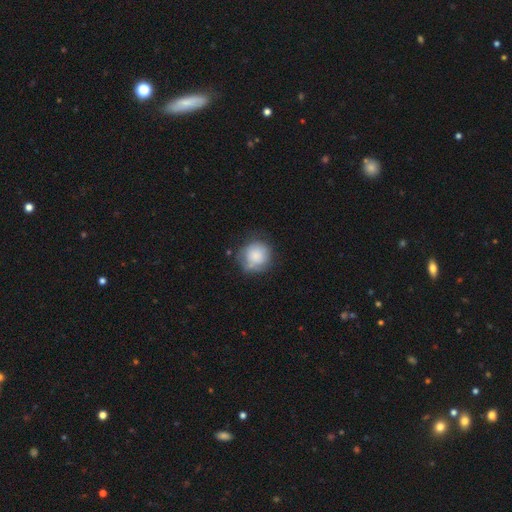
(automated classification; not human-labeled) Smooth or featured: smooth — 78% (featured or disk — 14%)
How rounded: round — 89% (in between — 10%)
Merging: none — 61% (minor disturbance — 26%)